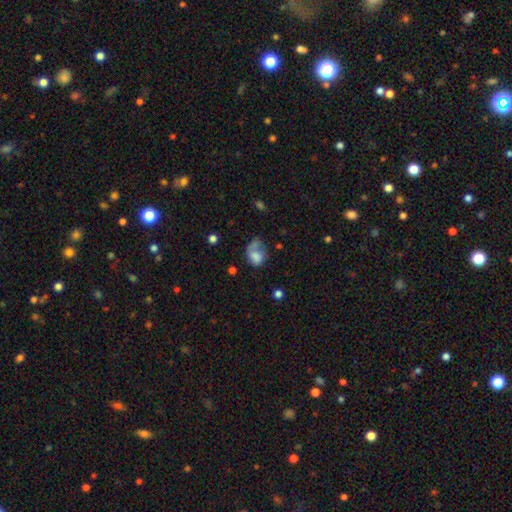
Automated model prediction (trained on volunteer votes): A smooth galaxy with no disk features (62%) that is in between round and cigar-shaped (61%).

Vote fractions:
- Smooth or featured? smooth: 62% / featured or disk: 28% / star or artifact: 10%
- How rounded? in between: 61% / round: 38% / cigar-shaped: 1%
- Merging? major disturbance: 37% / none: 29% / minor disturbance: 23% / merger: 11%